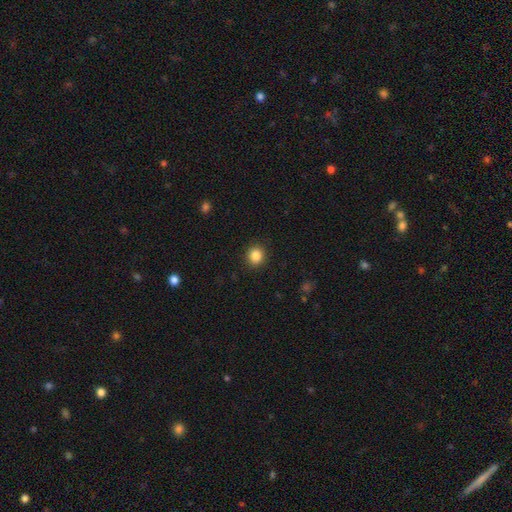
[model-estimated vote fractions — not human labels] Overall: smooth (85%). How rounded: round (84%). Merging: none (91%).